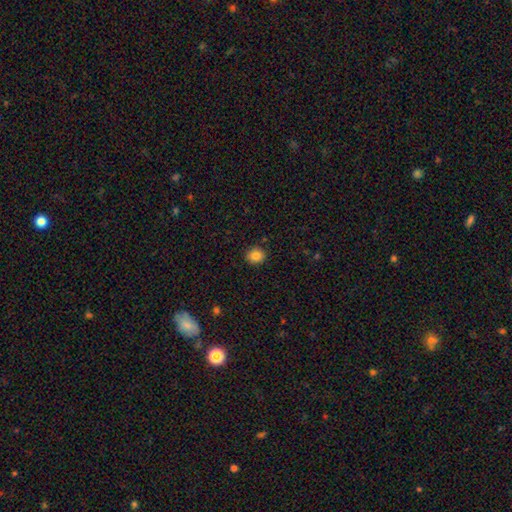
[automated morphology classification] type=smooth (85%); roundness=round (80%); merging=none (90%).